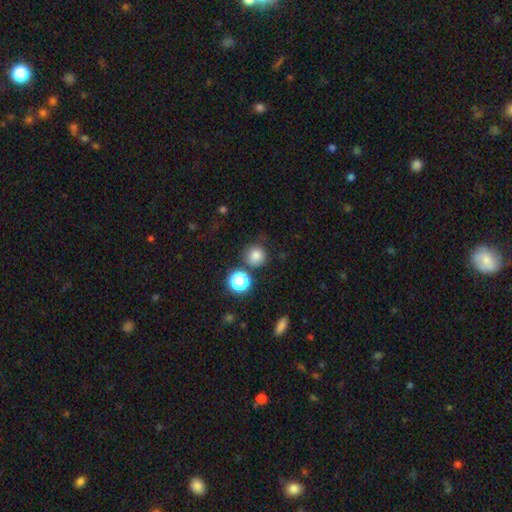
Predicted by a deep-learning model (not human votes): smooth 79%, star or artifact 15%, featured or disk 6%. Down the decision tree: how rounded — round (92%); merging — none (77%).